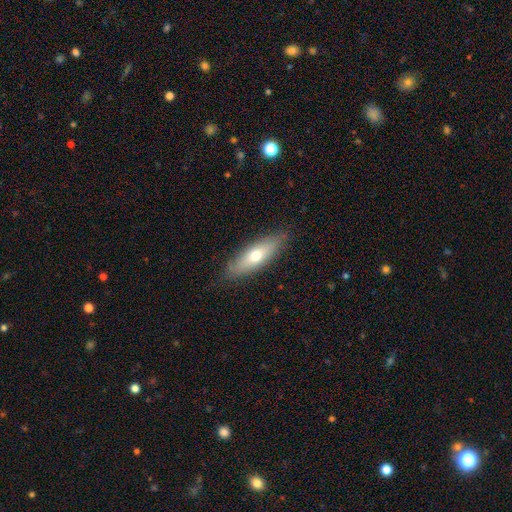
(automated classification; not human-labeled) This is likely a smooth galaxy (62%). How rounded: possibly in between (53%). Merging: clearly none (85%).